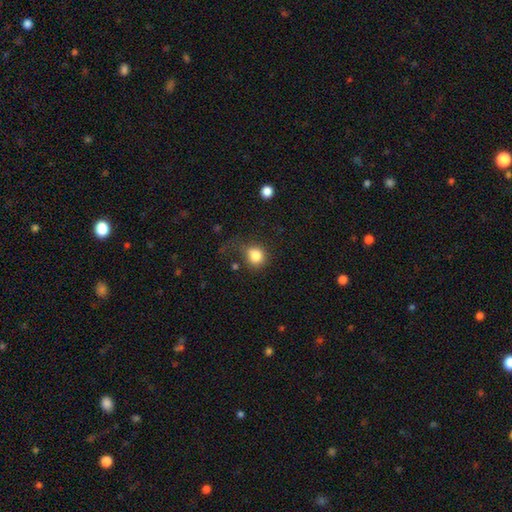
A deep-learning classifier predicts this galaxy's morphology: smooth_or_featured: smooth (p=0.83) [alt: star or artifact p=0.10]
how_rounded: round (p=0.79) [alt: in between p=0.20]
merging: none (p=0.56) [alt: minor disturbance p=0.23]